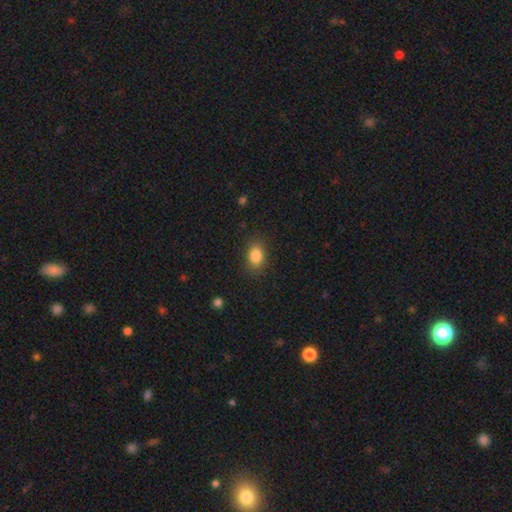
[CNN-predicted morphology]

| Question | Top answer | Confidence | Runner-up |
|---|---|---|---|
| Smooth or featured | smooth | 85% | star or artifact (9%) |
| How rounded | in between | 73% | round (26%) |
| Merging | none | 85% | minor disturbance (10%) |